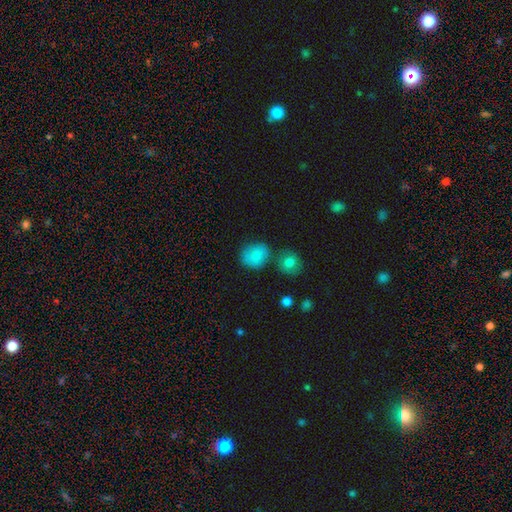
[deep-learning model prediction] Morphology: type=smooth (85%); roundness=round (68%); merging=none (63%).